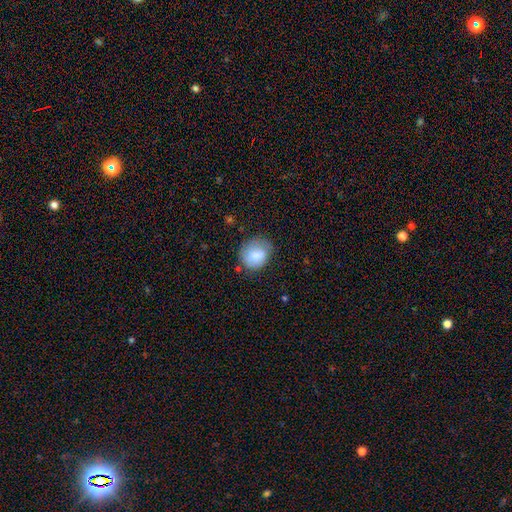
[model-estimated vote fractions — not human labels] This is likely a smooth galaxy (77%). How rounded: likely round (62%). Merging: possibly none (59%).